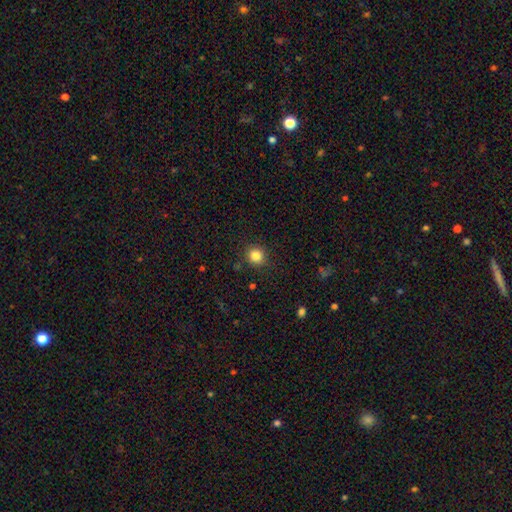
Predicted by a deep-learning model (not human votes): smooth 84%, star or artifact 12%, featured or disk 5%. Down the decision tree: how rounded — round (89%); merging — none (89%).